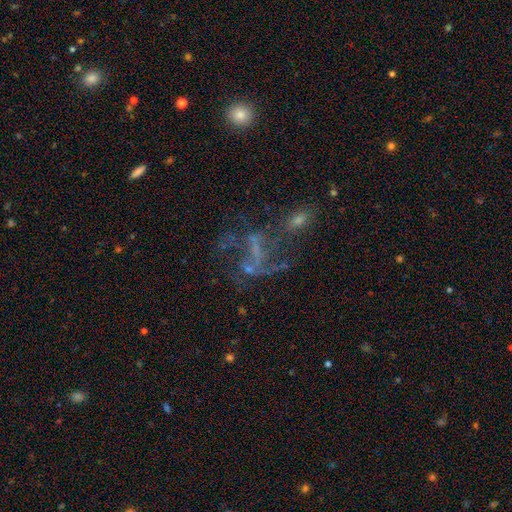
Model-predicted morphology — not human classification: A featured or disk galaxy (56%) with no bar (59%), no spiral arms (53%) and no central bulge (63%).

Vote fractions:
- Smooth or featured? featured or disk: 56% / star or artifact: 29% / smooth: 15%
- Edge-on disk? no: 96% / yes: 4%
- Bar? no: 59% / weak: 26% / strong: 15%
- Spiral arms? no: 53% / yes: 47%
- Bulge size? none: 63% / small: 24% / moderate: 9% / large: 2% / dominant: 1%
- Merging? major disturbance: 38% / none: 34% / merger: 14% / minor disturbance: 14%